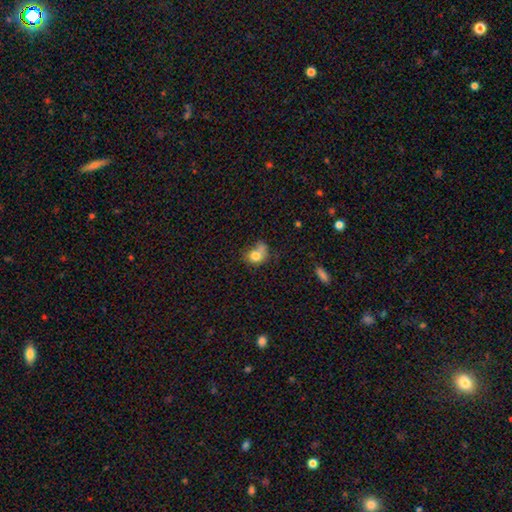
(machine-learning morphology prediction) A smooth galaxy with no disk features (76%) that is round (54%).

Vote fractions:
- Smooth or featured? smooth: 76% / featured or disk: 14% / star or artifact: 10%
- How rounded? round: 54% / in between: 45% / cigar-shaped: 1%
- Merging? none: 30% / merger: 26% / minor disturbance: 24% / major disturbance: 19%